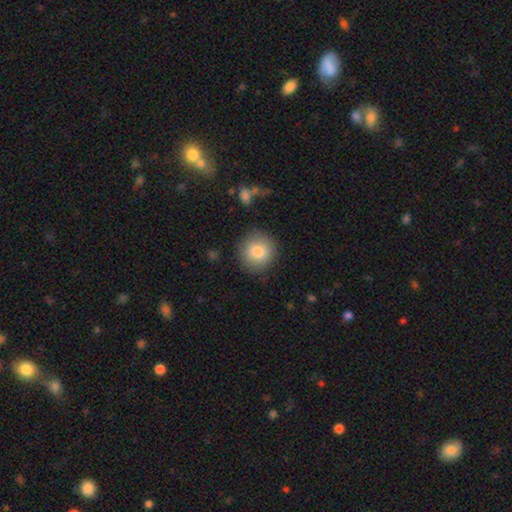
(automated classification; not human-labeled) Smooth or featured? Predicted: smooth (p=0.82). How rounded? Predicted: round (p=0.93). Merging? Predicted: none (p=0.89).